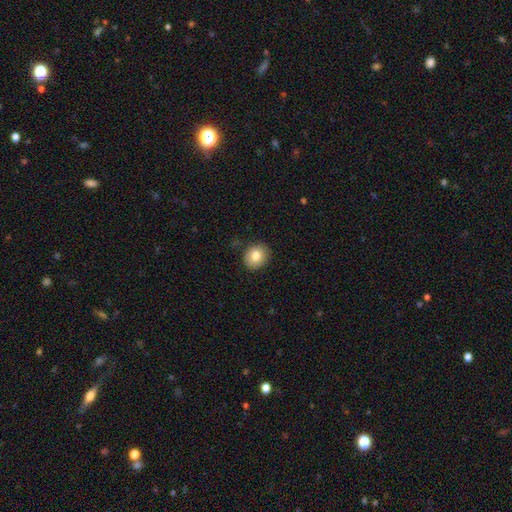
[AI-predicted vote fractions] This is clearly a smooth galaxy (80%). How rounded: likely round (74%). Merging: clearly none (87%).